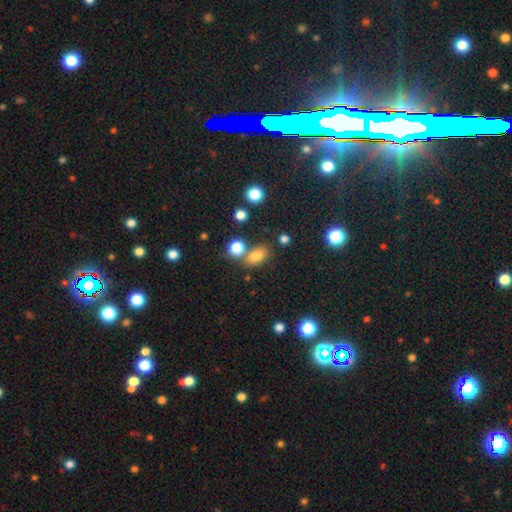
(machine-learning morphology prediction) The model was most divided on "merging": none: 60%, merger: 23%, minor disturbance: 12%, major disturbance: 5%. More confident: smooth or featured — smooth (77%); how rounded — in between (77%).